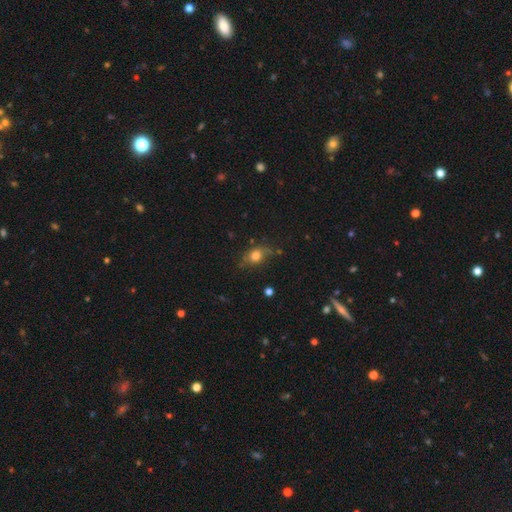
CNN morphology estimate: A smooth galaxy with no disk features (74%) that is in between round and cigar-shaped (50%).

Vote fractions:
- Smooth or featured? smooth: 74% / featured or disk: 14% / star or artifact: 12%
- How rounded? in between: 50% / round: 47% / cigar-shaped: 3%
- Merging? none: 63% / minor disturbance: 25% / major disturbance: 8% / merger: 4%